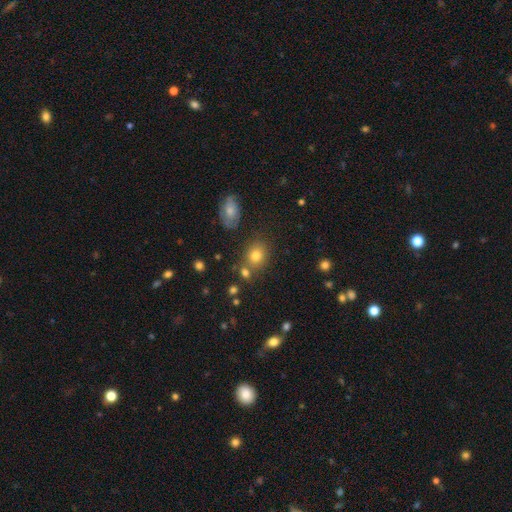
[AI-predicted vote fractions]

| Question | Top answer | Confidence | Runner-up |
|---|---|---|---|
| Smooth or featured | smooth | 77% | star or artifact (14%) |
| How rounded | round | 55% | in between (43%) |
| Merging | none | 71% | merger (13%) |